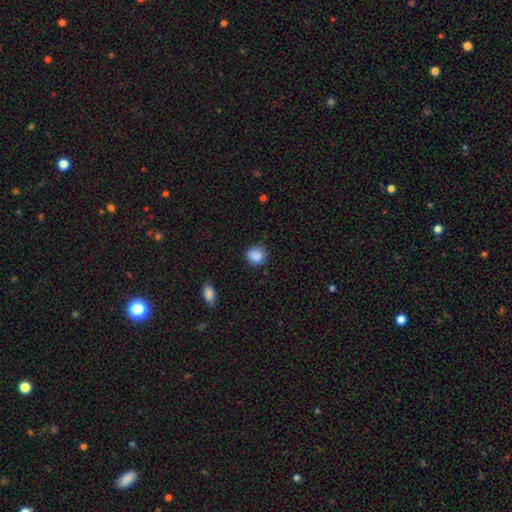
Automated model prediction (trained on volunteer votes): The model was most divided on "how rounded": round: 80%, in between: 18%, cigar-shaped: 1%. More confident: smooth or featured — smooth (87%); merging — none (79%).